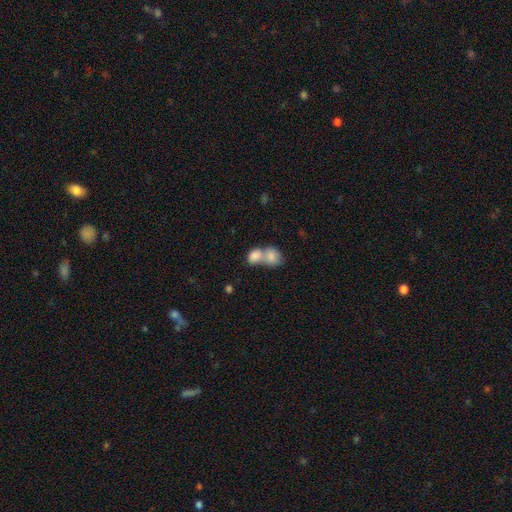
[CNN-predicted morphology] The model was most divided on "how rounded": in between: 59%, round: 39%, cigar-shaped: 2%. More confident: smooth or featured — smooth (82%); merging — merger (75%).